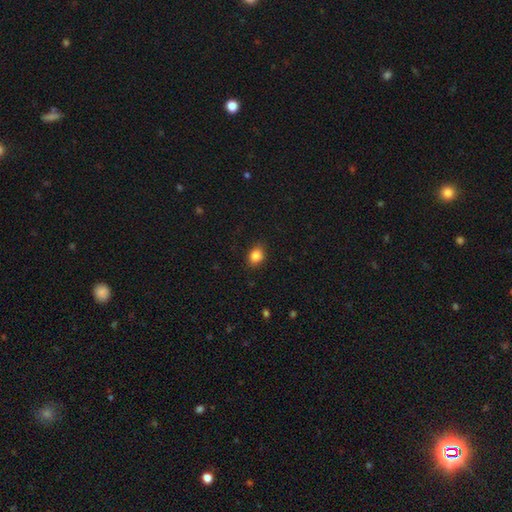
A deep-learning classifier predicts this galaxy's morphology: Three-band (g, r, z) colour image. It shows a smooth galaxy with no disk features (85%) that is in between round and cigar-shaped (54%). Merging: none (85%).